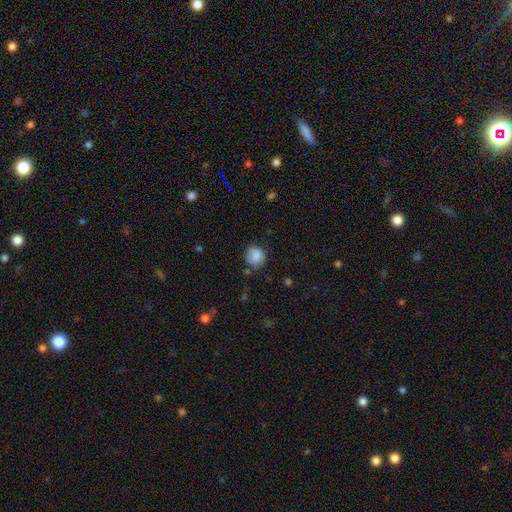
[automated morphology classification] This is clearly a smooth galaxy (83%). How rounded: clearly round (85%). Merging: likely none (70%).